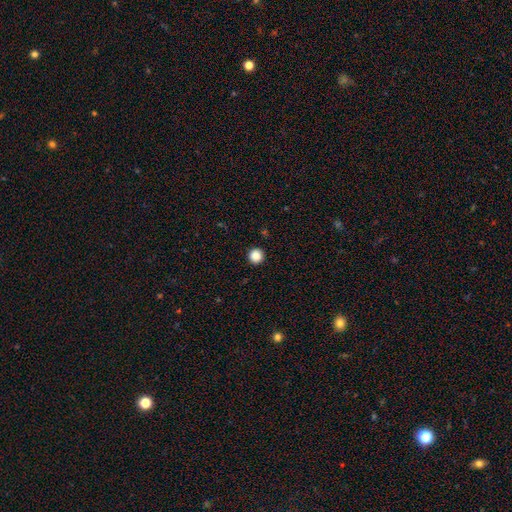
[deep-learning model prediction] Smooth or featured? Predicted: smooth (p=0.88). How rounded? Predicted: round (p=0.95). Merging? Predicted: none (p=0.93).